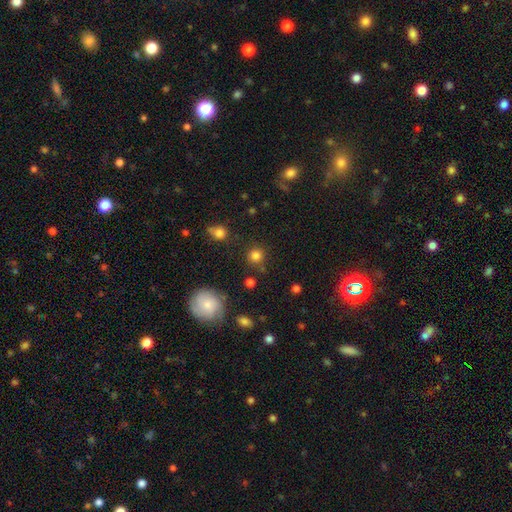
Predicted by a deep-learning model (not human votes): smooth_or_featured: smooth (p=0.81) [alt: star or artifact p=0.13]
how_rounded: round (p=0.91) [alt: in between p=0.08]
merging: none (p=0.82) [alt: minor disturbance p=0.10]